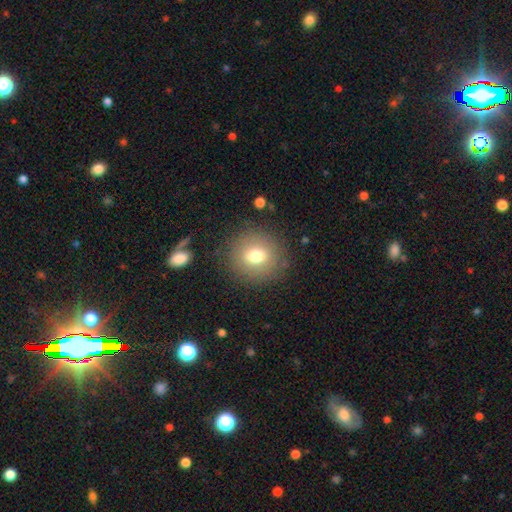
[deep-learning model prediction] Morphology: type=smooth (72%); roundness=round (84%); merging=none (85%).